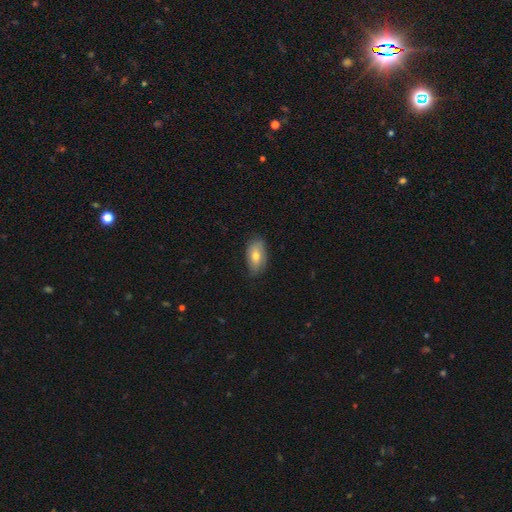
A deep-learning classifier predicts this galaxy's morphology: A smooth galaxy with no disk features (71%) that is in between round and cigar-shaped (92%). Merging: none (76%).